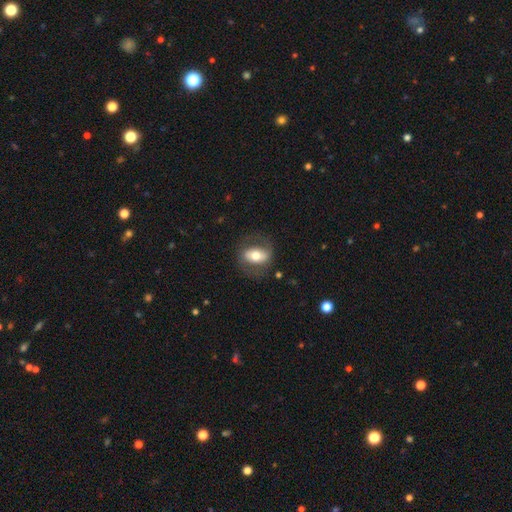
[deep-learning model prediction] Smooth or featured?
  - smooth: 50% *
  - featured or disk: 43%
  - star or artifact: 7%
Merging?
  - none: 69% *
  - minor disturbance: 17%
  - major disturbance: 12%
  - merger: 1%